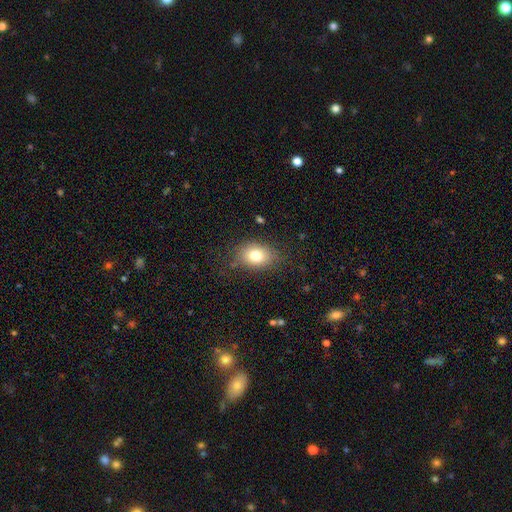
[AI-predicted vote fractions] Overall: smooth (77%). How rounded: in between (65%; round 34%). Merging: none (79%).